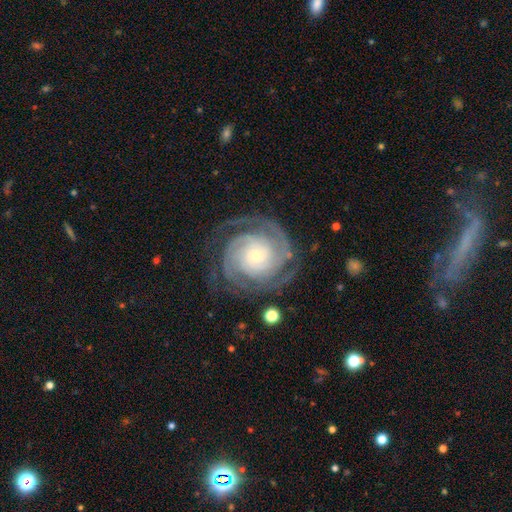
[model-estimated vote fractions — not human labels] Smooth or featured? featured or disk (91%)
Edge-on disk? no (98%)
Bar? no (72%)
Spiral arms? yes (98%)
Spiral winding? tight (77%)
Spiral arm count? 2 (40%)
Bulge size? small (67%)
Merging? none (78%)